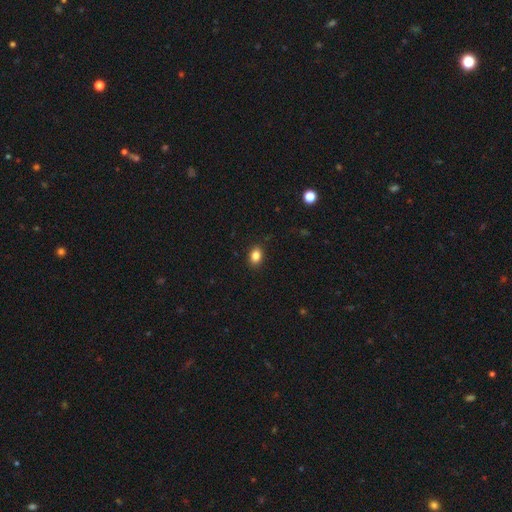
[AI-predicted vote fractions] The model was most divided on "how rounded": in between: 75%, round: 23%, cigar-shaped: 1%. More confident: merging — none (89%); smooth or featured — smooth (85%).